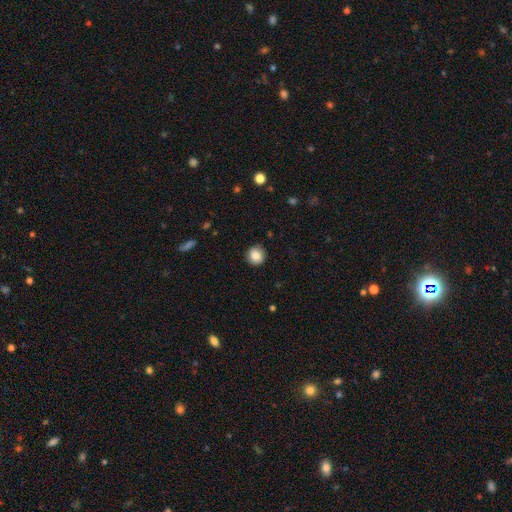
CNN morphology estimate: Q: Smooth or featured?
A: smooth (85%); runner-up: star or artifact (9%)
Q: How rounded?
A: round (90%); runner-up: in between (9%)
Q: Merging?
A: none (88%); runner-up: minor disturbance (9%)